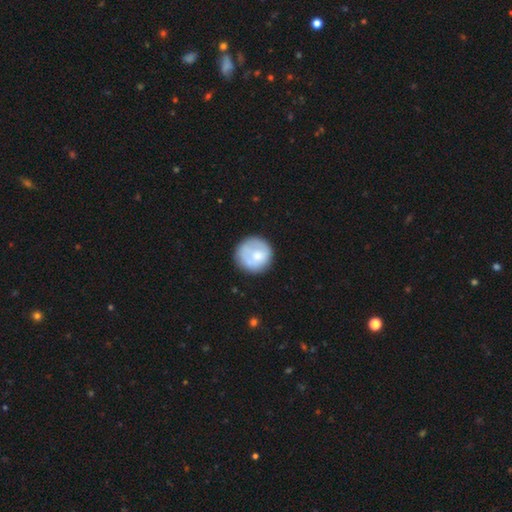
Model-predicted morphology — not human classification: smooth_or_featured: smooth (p=0.68) [alt: featured or disk p=0.25]
how_rounded: round (p=0.93) [alt: in between p=0.06]
merging: none (p=0.73) [alt: minor disturbance p=0.17]